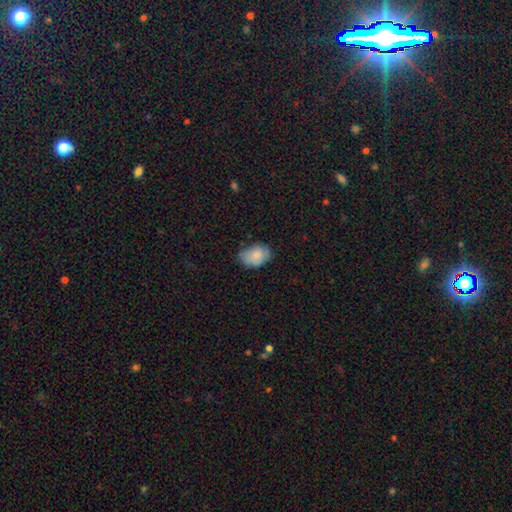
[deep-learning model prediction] The model was most divided on "merging": none: 63%, minor disturbance: 29%, major disturbance: 6%, merger: 2%. More confident: how rounded — in between (85%); smooth or featured — smooth (84%).